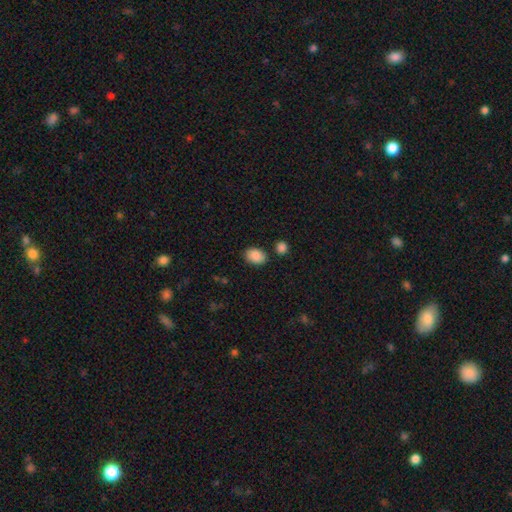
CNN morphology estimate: smooth-or-featured: smooth: 87% | star or artifact: 7% | featured or disk: 5%
  how-rounded: in between: 76% | round: 22% | cigar-shaped: 1%
  merging: none: 82% | minor disturbance: 11% | merger: 5% | major disturbance: 3%